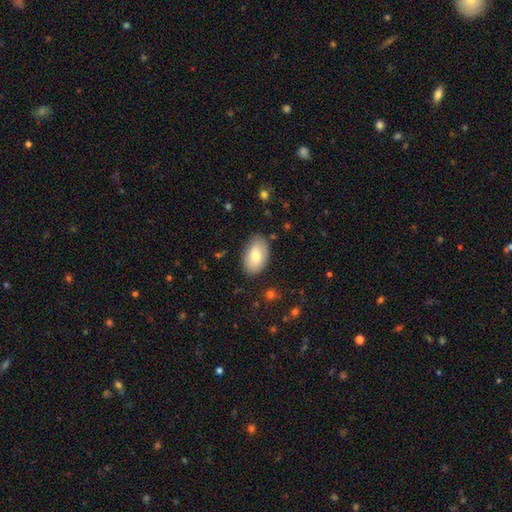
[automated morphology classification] Q: Smooth or featured?
A: smooth (75%); runner-up: featured or disk (19%)
Q: How rounded?
A: in between (93%); runner-up: round (6%)
Q: Merging?
A: none (83%); runner-up: minor disturbance (13%)